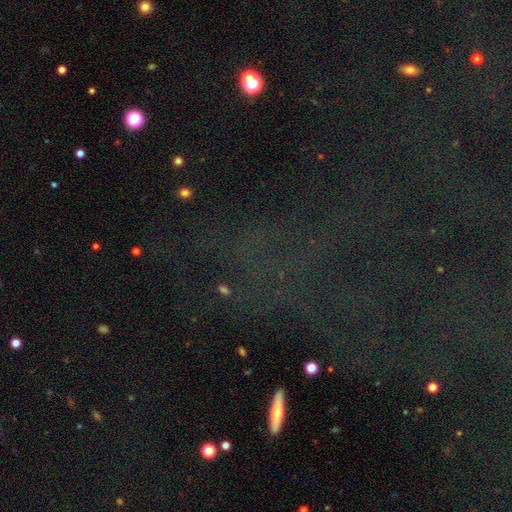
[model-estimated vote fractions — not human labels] This is likely a star or artifact rather than a galaxy (76%).